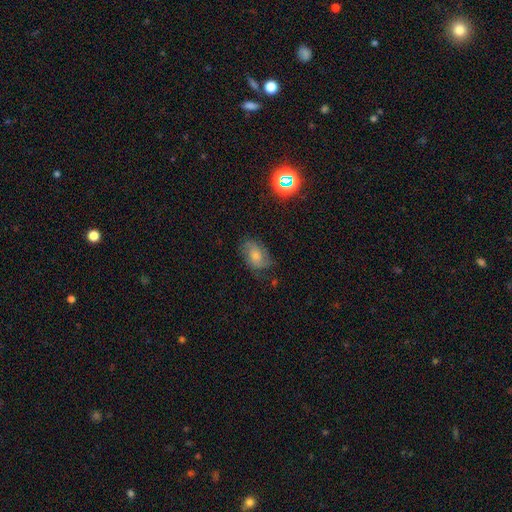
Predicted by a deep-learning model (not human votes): smooth 51%, featured or disk 38%, star or artifact 11%. Down the decision tree: how rounded — in between (84%); merging — none (64%).